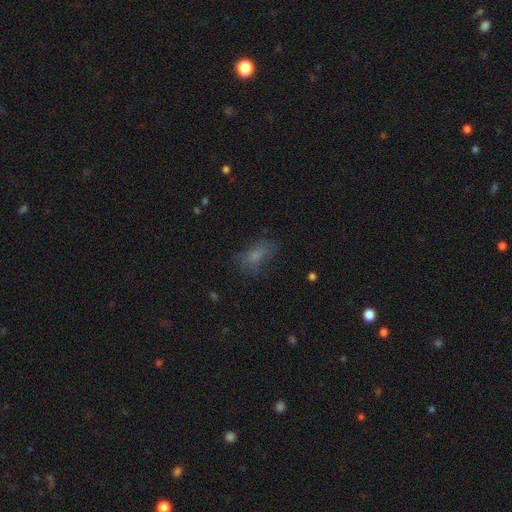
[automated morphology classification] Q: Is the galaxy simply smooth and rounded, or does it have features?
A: smooth — 65%.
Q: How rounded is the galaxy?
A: in between — 82%.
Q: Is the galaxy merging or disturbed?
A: none — 58%.